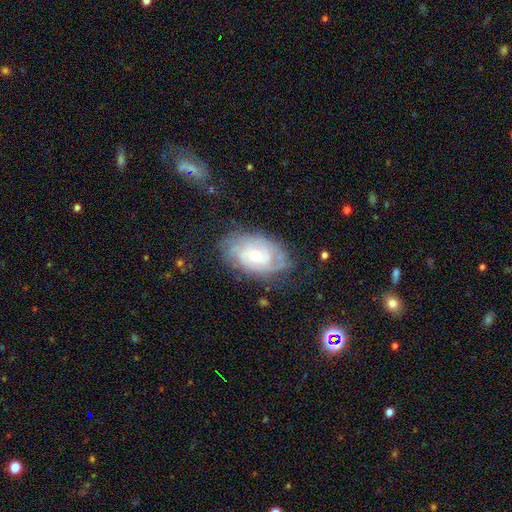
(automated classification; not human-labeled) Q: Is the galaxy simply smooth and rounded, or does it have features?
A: featured or disk — 79%.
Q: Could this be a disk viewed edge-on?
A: no — 96%.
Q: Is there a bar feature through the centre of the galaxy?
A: no — 66%.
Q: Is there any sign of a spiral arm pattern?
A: yes — 93%.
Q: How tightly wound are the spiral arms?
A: tight — 67%.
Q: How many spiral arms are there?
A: can't tell — 43%.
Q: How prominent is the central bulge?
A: small — 55%.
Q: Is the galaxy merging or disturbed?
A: none — 71%.